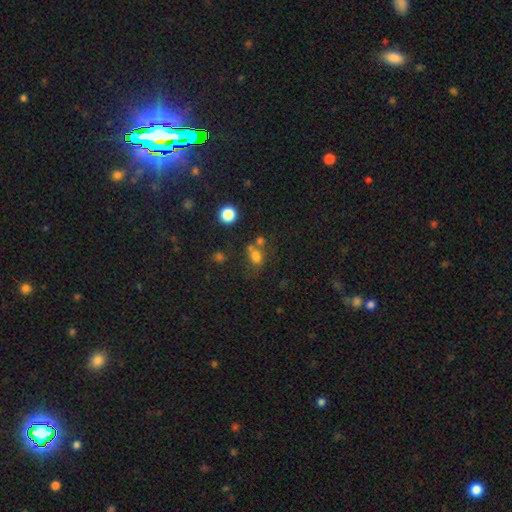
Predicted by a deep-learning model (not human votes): Smooth or featured? Predicted: smooth (p=0.69). How rounded? Predicted: in between (p=0.61). Merging? Predicted: none (p=0.40).